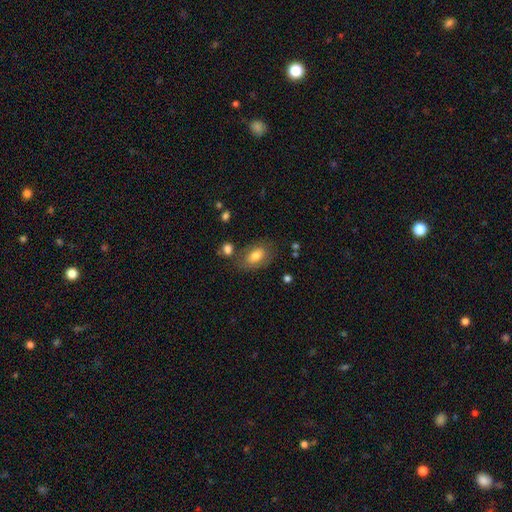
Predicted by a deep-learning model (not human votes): smooth 74%, featured or disk 18%, star or artifact 8%. Down the decision tree: how rounded — in between (88%); merging — none (70%).